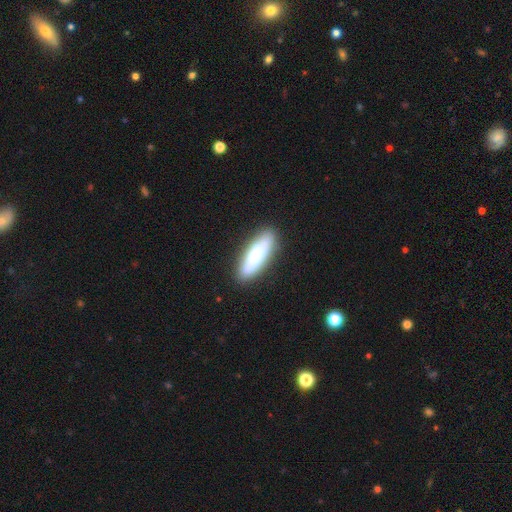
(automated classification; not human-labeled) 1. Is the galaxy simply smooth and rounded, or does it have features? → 72% smooth, 22% featured or disk, 6% star or artifact.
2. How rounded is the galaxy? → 56% cigar-shaped, 42% in between, 2% round.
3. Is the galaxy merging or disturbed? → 86% none, 10% minor disturbance, 2% major disturbance, 2% merger.